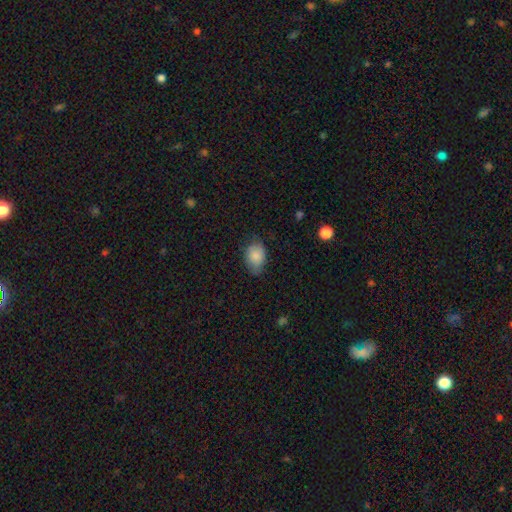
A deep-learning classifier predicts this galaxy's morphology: This is clearly a smooth galaxy (86%). How rounded: likely in between (76%). Merging: likely none (66%).